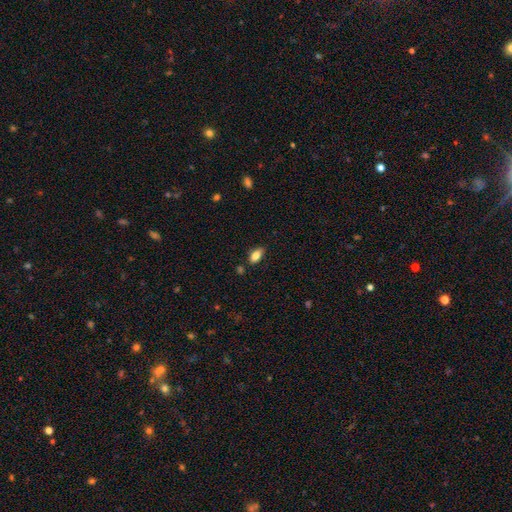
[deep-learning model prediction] Morphology: type=smooth (82%); roundness=in between (89%); merging=none (80%).